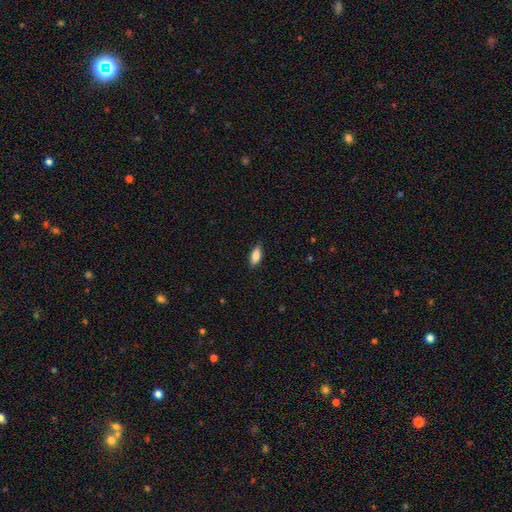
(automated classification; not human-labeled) smooth-or-featured: smooth: 82% | featured or disk: 11% | star or artifact: 7%
  how-rounded: in between: 79% | cigar-shaped: 18% | round: 2%
  merging: none: 85% | minor disturbance: 12% | major disturbance: 2% | merger: 1%